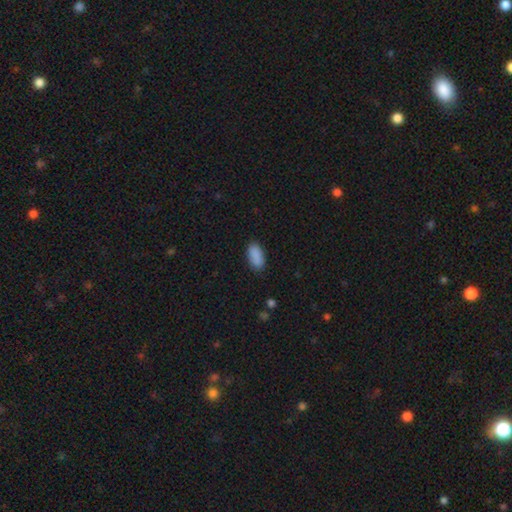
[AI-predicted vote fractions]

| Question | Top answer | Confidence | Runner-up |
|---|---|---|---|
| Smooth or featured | smooth | 89% | star or artifact (7%) |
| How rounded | in between | 92% | cigar-shaped (6%) |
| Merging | none | 85% | minor disturbance (12%) |